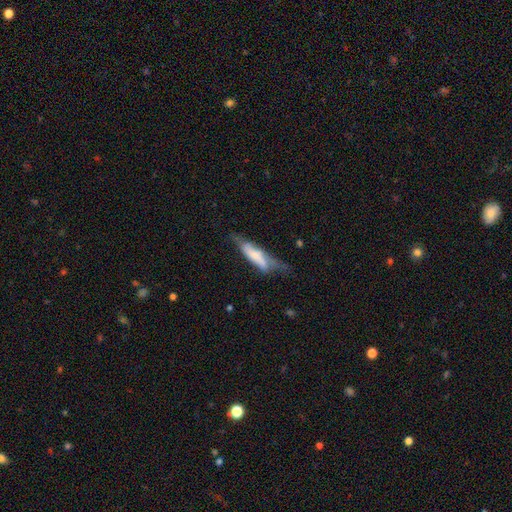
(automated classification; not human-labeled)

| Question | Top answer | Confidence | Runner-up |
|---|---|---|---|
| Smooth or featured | smooth | 53% | featured or disk (41%) |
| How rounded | cigar-shaped | 63% | in between (35%) |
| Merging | none | 38% | minor disturbance (34%) |